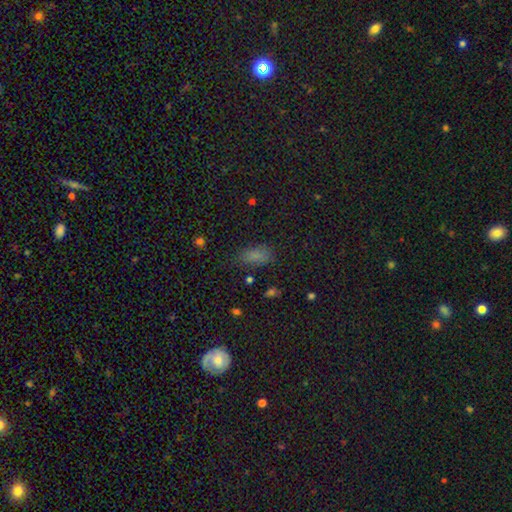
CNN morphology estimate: smooth_or_featured: smooth (p=0.72) [alt: star or artifact p=0.21]
how_rounded: in between (p=0.86) [alt: cigar-shaped p=0.07]
merging: none (p=0.67) [alt: minor disturbance p=0.22]